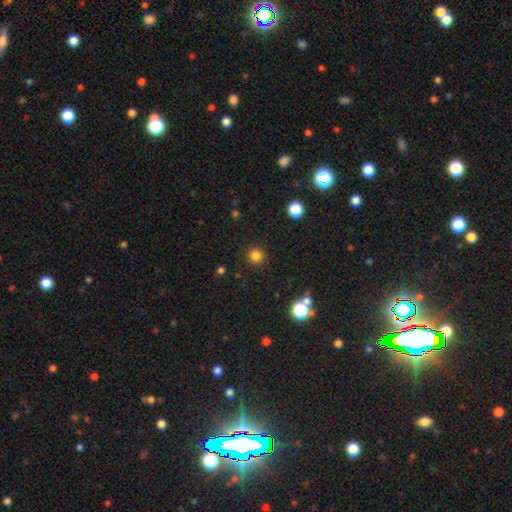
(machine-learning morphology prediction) This appears to be a smooth galaxy with no disk features (81%) that is round (93%). Merging: none (91%).